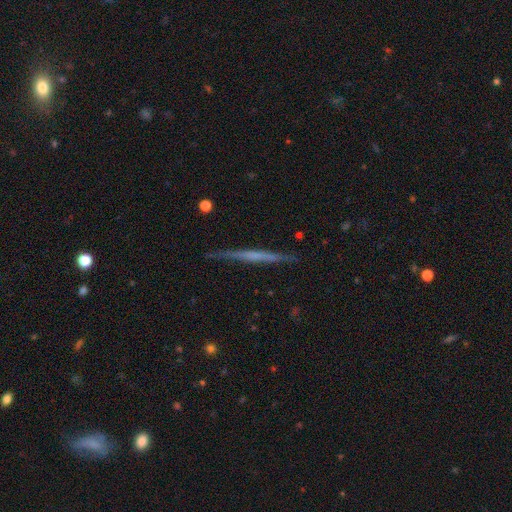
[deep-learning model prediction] Overall: featured or disk (63%; smooth 31%). Edge-on disk: yes (98%). Edge-on bulge: none (78%). Merging: none (89%).